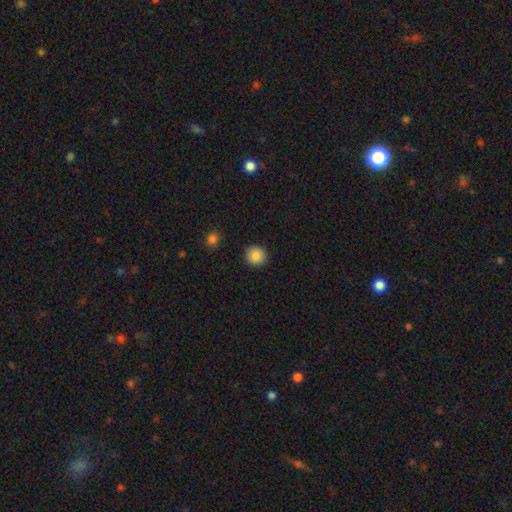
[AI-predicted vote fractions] This appears to be a smooth galaxy with no disk features (87%) that is round (92%). Merging: none (92%).